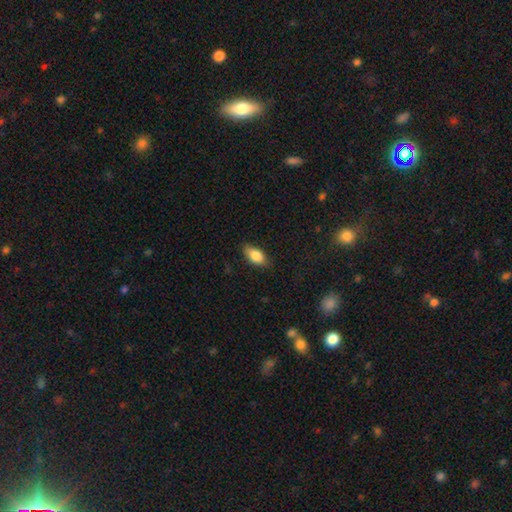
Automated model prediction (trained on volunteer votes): Smooth or featured: smooth — 83% (featured or disk — 10%)
How rounded: in between — 88% (cigar-shaped — 7%)
Merging: none — 81% (minor disturbance — 15%)